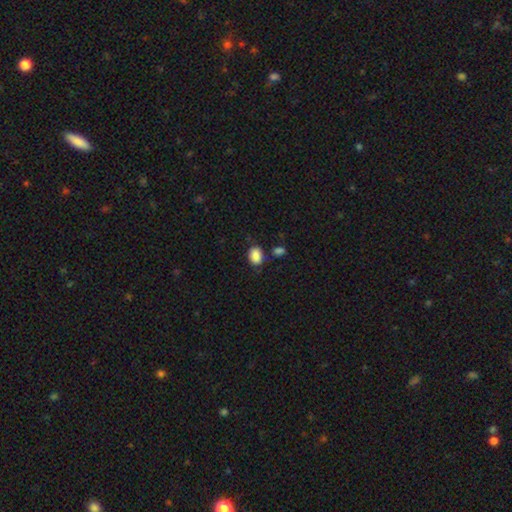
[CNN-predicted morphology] A smooth galaxy with no disk features (87%) that is in between round and cigar-shaped (72%). Merging: none (69%).